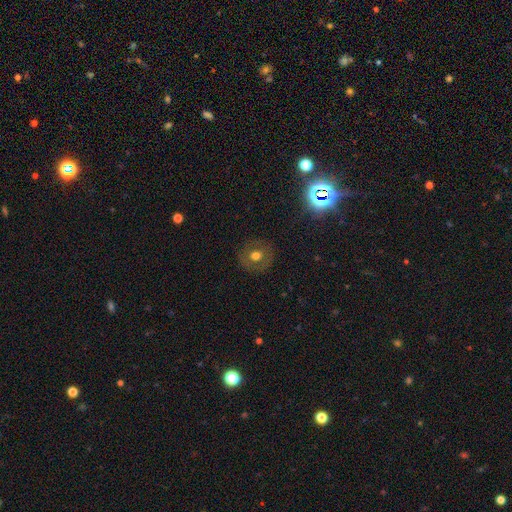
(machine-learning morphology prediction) A smooth galaxy with no disk features (56%) that is round (86%). Merging: none (85%).